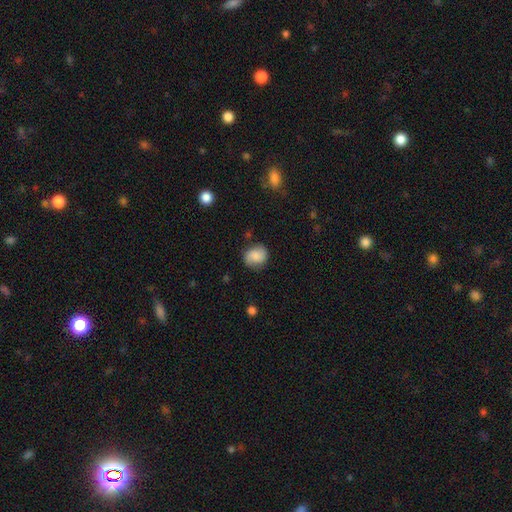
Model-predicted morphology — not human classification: This is likely a smooth galaxy (69%). How rounded: likely round (71%). Merging: likely none (76%).